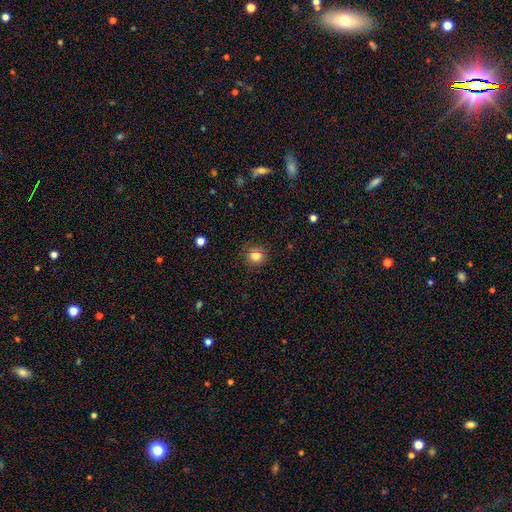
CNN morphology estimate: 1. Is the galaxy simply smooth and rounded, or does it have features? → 83% smooth, 12% star or artifact, 5% featured or disk.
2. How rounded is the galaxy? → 90% round, 9% in between, 1% cigar-shaped.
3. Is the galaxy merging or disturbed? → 89% none, 8% minor disturbance, 2% major disturbance, 1% merger.